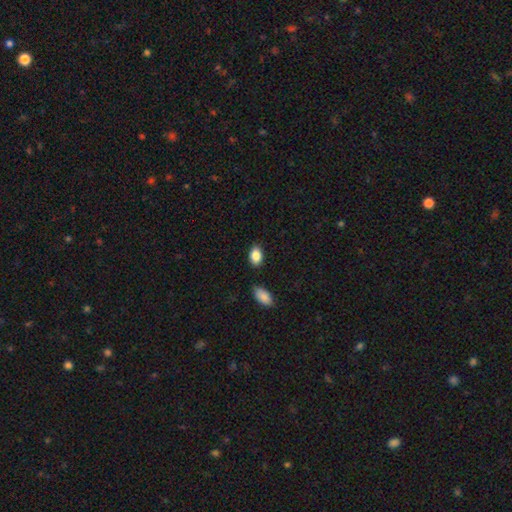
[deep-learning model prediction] Smooth or featured? Predicted: smooth (p=0.87). How rounded? Predicted: in between (p=0.88). Merging? Predicted: none (p=0.84).